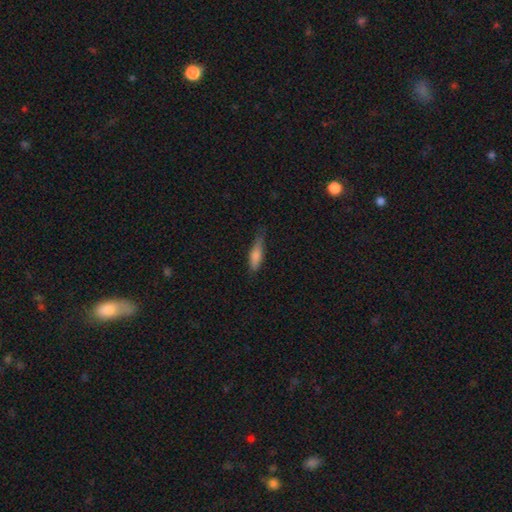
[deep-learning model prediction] Smooth or featured?
  - smooth: 73% *
  - featured or disk: 19%
  - star or artifact: 8%
How rounded?
  - cigar-shaped: 66% *
  - in between: 32%
  - round: 2%
Merging?
  - none: 65% *
  - minor disturbance: 27%
  - major disturbance: 6%
  - merger: 2%